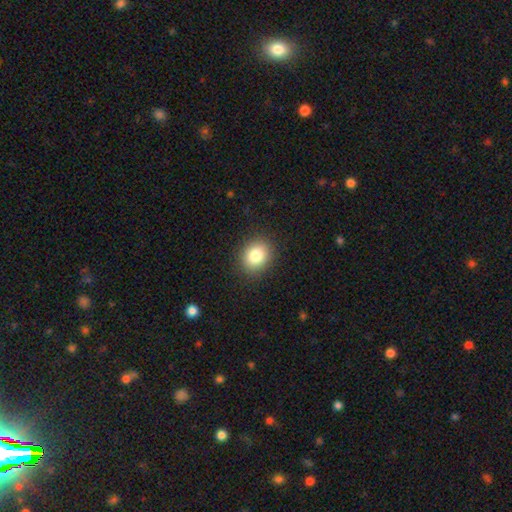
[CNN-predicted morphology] This appears to be a smooth galaxy with no disk features (82%) that is round (62%). Merging: none (89%).